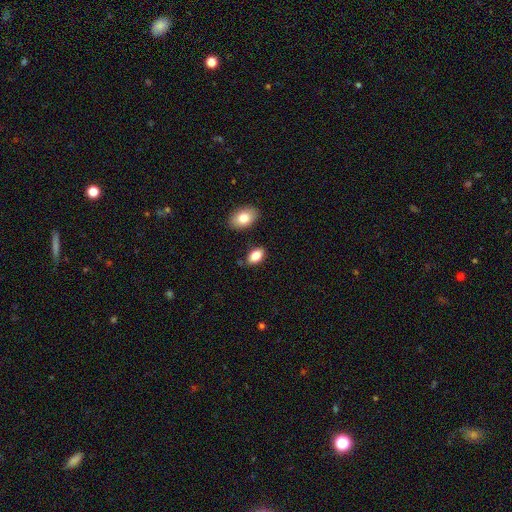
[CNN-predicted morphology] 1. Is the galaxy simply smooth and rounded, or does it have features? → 84% smooth, 8% featured or disk, 8% star or artifact.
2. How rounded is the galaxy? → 91% in between, 6% round, 2% cigar-shaped.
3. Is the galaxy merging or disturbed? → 80% none, 12% minor disturbance, 4% merger, 3% major disturbance.